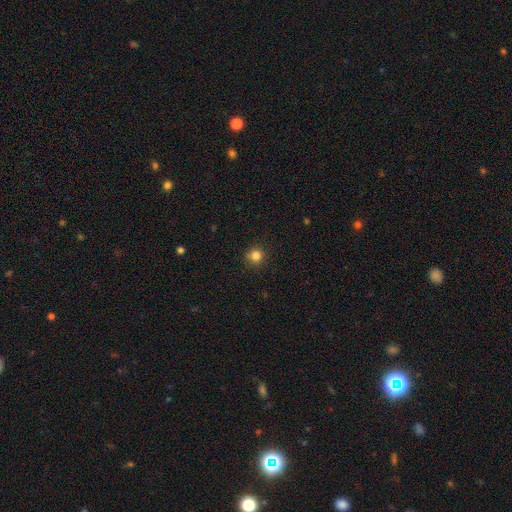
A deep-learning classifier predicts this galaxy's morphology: type=smooth (82%); roundness=round (93%); merging=none (87%).